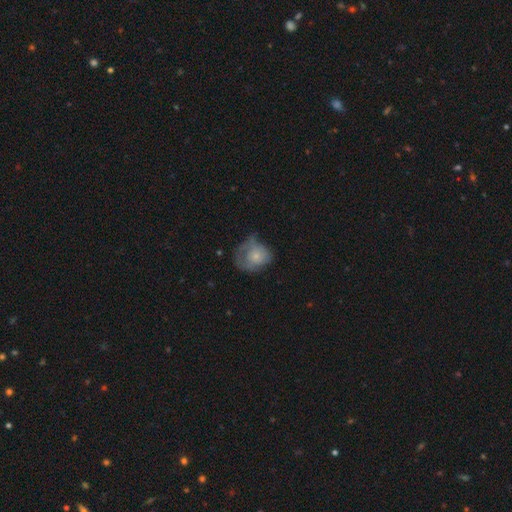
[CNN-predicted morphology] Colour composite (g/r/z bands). It shows a smooth galaxy with no disk features (62%) that is round (58%). Merging: major disturbance (36%).